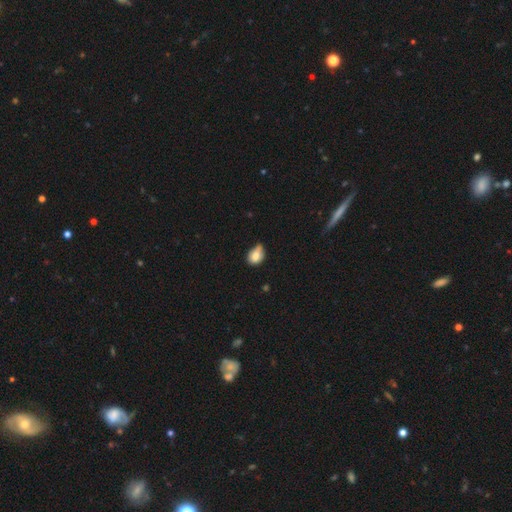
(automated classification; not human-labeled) Smooth or featured? Predicted: smooth (p=0.80). How rounded? Predicted: in between (p=0.66). Merging? Predicted: minor disturbance (p=0.47).